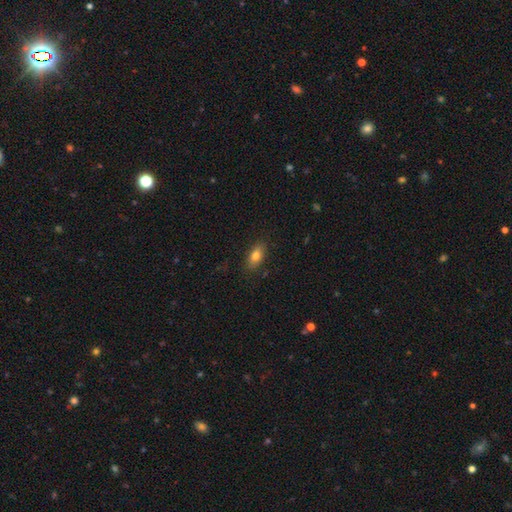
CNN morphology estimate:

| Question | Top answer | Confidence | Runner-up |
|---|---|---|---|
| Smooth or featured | smooth | 79% | featured or disk (12%) |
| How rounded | in between | 86% | cigar-shaped (7%) |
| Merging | none | 84% | minor disturbance (12%) |